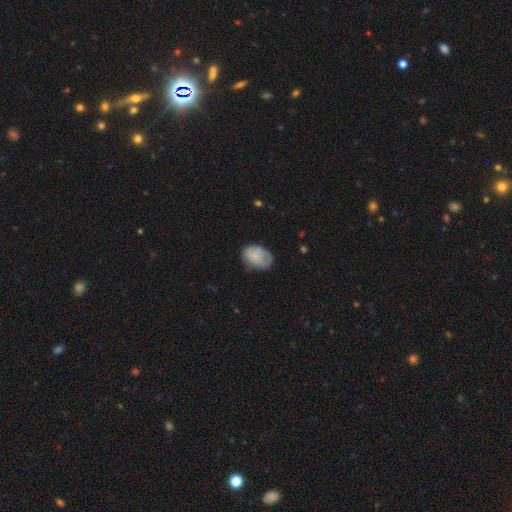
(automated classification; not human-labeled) Overall: smooth (75%). How rounded: in between (78%). Merging: none (51%; minor disturbance 35%).